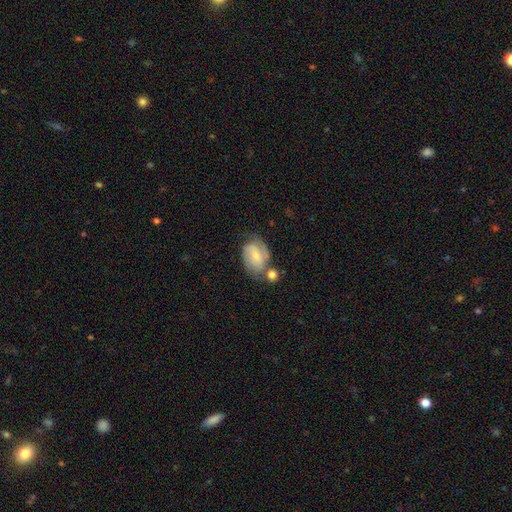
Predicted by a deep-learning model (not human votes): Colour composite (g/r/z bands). It shows a featured or disk galaxy (56%) with no bar (45%), spiral arms (85%) and a small central bulge (62%). Merging: none (45%).